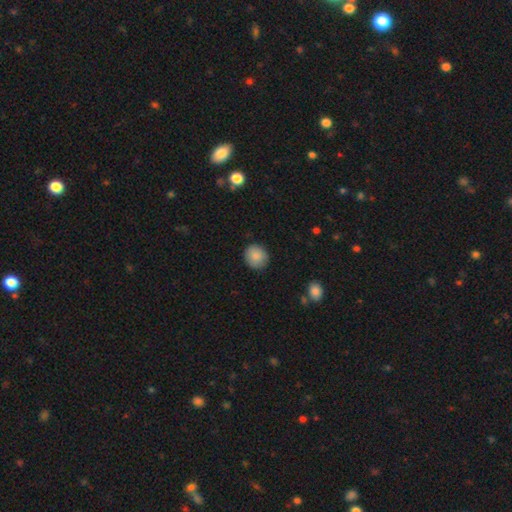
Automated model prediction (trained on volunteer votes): Q: Smooth or featured?
A: smooth (87%); runner-up: star or artifact (8%)
Q: How rounded?
A: round (86%); runner-up: in between (13%)
Q: Merging?
A: none (88%); runner-up: minor disturbance (9%)